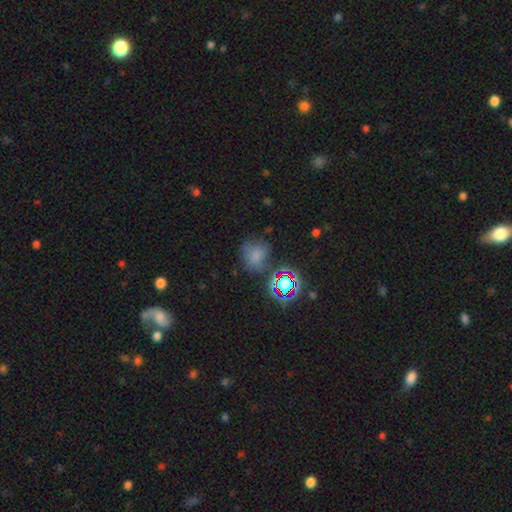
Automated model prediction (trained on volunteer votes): The model was most divided on "smooth or featured": smooth: 62%, star or artifact: 26%, featured or disk: 11%. More confident: how rounded — round (73%); merging — none (61%).